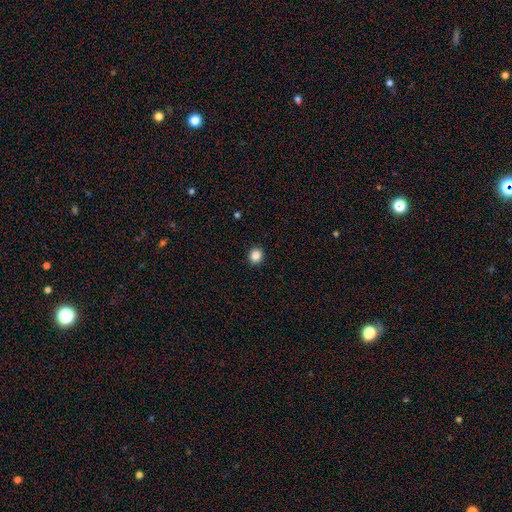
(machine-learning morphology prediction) smooth 86%, star or artifact 11%, featured or disk 4%. Down the decision tree: how rounded — round (88%); merging — none (92%).